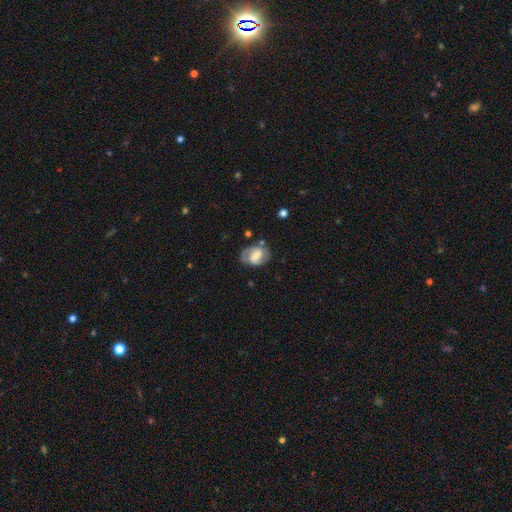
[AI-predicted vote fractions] Smooth or featured? Predicted: featured or disk (p=0.68). Edge-on disk? Predicted: no (p=0.97). Bar? Predicted: weak (p=0.48). Spiral arms? Predicted: yes (p=0.88). Spiral winding? Predicted: medium (p=0.46). Spiral arm count? Predicted: 2 (p=0.78). Bulge size? Predicted: moderate (p=0.40). Merging? Predicted: none (p=0.70).